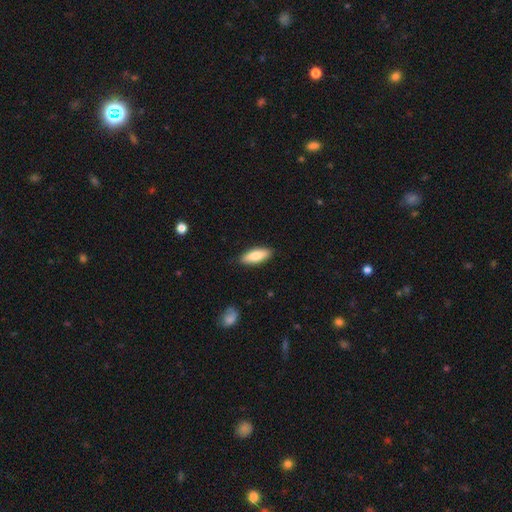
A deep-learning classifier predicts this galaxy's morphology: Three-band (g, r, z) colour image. It shows a smooth galaxy with no disk features (81%) that is in between round and cigar-shaped (69%). Merging: none (87%).